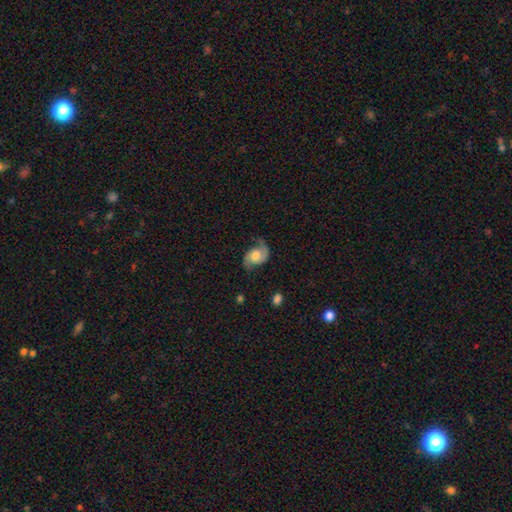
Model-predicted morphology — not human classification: Smooth or featured? Predicted: featured or disk (p=0.77). Edge-on disk? Predicted: no (p=0.97). Bar? Predicted: no (p=0.67). Spiral arms? Predicted: yes (p=0.95). Spiral winding? Predicted: medium (p=0.44). Spiral arm count? Predicted: 2 (p=0.87). Bulge size? Predicted: moderate (p=0.52). Merging? Predicted: none (p=0.66).